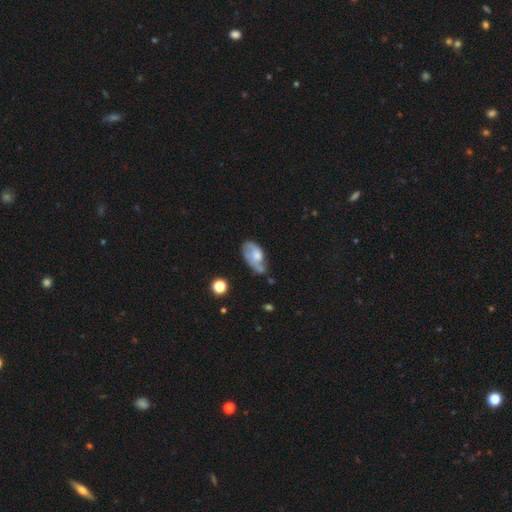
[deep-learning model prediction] smooth 50%, featured or disk 41%, star or artifact 9%. Down the decision tree: how rounded — in between (90%); merging — minor disturbance (33%).